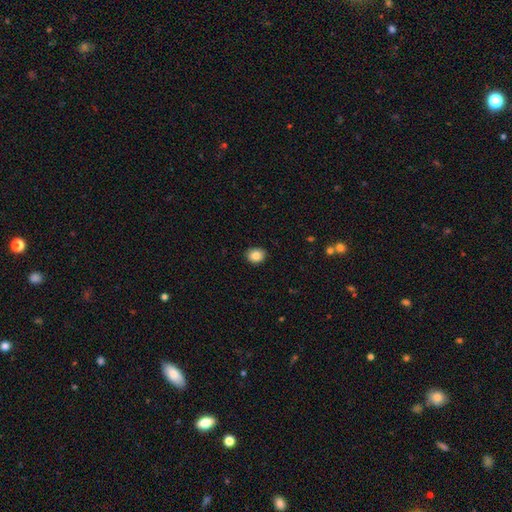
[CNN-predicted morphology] The model was most divided on "how rounded": round: 65%, in between: 34%, cigar-shaped: 1%. More confident: merging — none (89%); smooth or featured — smooth (86%).